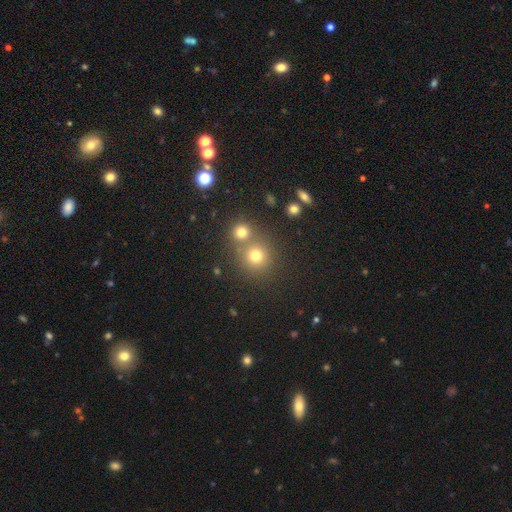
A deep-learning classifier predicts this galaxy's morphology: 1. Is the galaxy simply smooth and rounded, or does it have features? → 74% smooth, 18% star or artifact, 9% featured or disk.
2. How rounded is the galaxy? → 90% round, 9% in between, 1% cigar-shaped.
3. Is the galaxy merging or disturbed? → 62% none, 28% merger, 7% minor disturbance, 3% major disturbance.